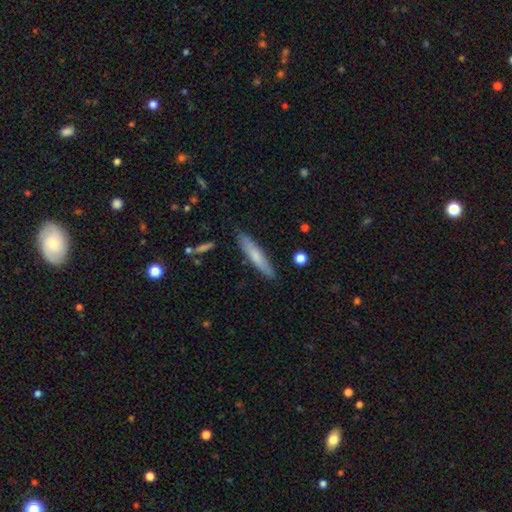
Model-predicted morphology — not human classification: smooth-or-featured: smooth: 70% | featured or disk: 24% | star or artifact: 6%
  how-rounded: cigar-shaped: 89% | in between: 10% | round: 1%
  merging: none: 88% | minor disturbance: 9% | major disturbance: 2% | merger: 2%